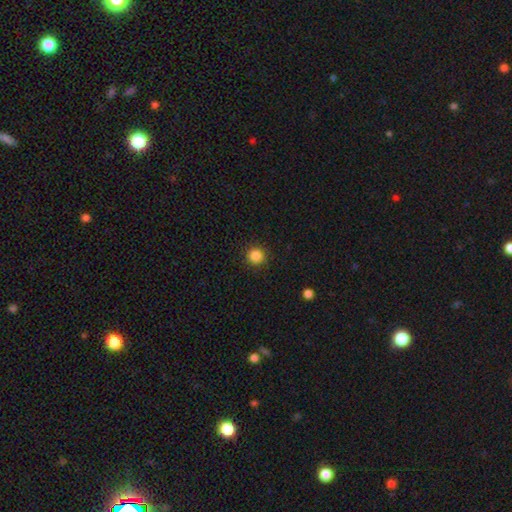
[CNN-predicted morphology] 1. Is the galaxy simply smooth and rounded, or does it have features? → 85% smooth, 11% star or artifact, 3% featured or disk.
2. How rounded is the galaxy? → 94% round, 5% in between, 1% cigar-shaped.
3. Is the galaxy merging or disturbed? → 91% none, 6% minor disturbance, 2% major disturbance, 1% merger.